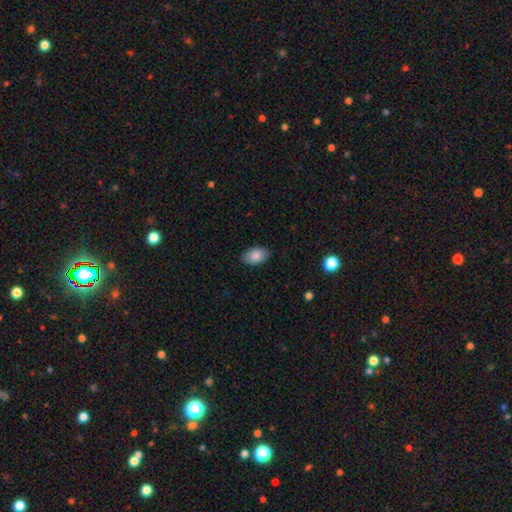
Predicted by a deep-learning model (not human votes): smooth 86%, featured or disk 8%, star or artifact 7%. Down the decision tree: how rounded — in between (92%); merging — none (86%).